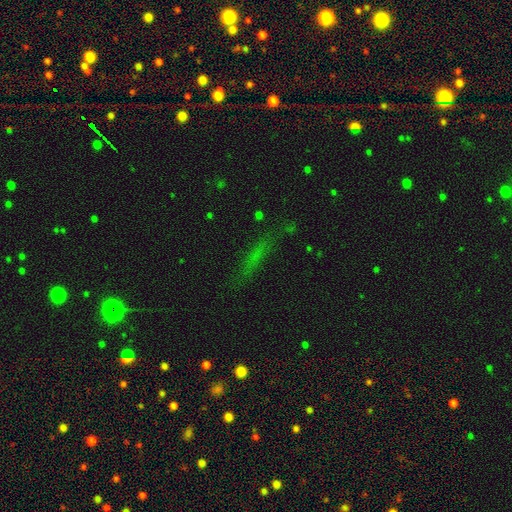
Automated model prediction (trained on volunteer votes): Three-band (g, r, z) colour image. It shows a smooth galaxy with no disk features (40%). Merging: none (74%).